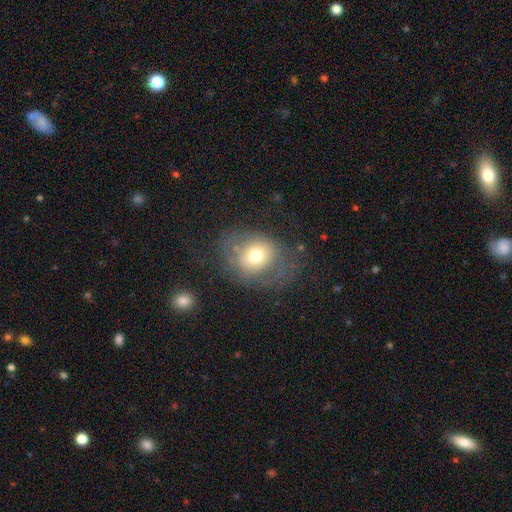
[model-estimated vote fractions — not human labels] Smooth or featured?
  - smooth: 59% *
  - featured or disk: 29%
  - star or artifact: 12%
How rounded?
  - round: 59% *
  - in between: 40%
  - cigar-shaped: 1%
Merging?
  - none: 53% *
  - major disturbance: 23%
  - minor disturbance: 21%
  - merger: 2%